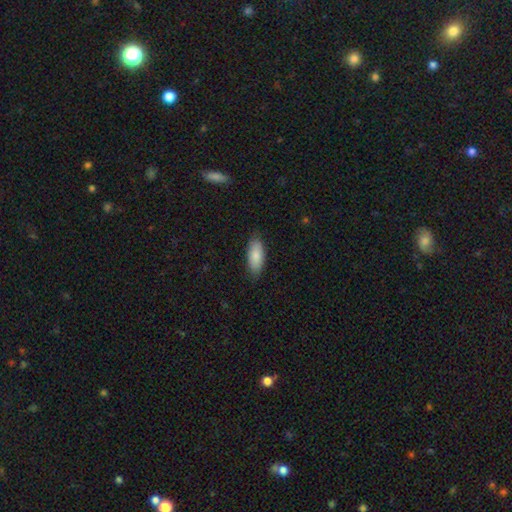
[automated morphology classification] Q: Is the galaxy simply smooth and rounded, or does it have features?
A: smooth — 84%.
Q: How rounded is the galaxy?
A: in between — 83%.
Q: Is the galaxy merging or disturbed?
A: none — 84%.